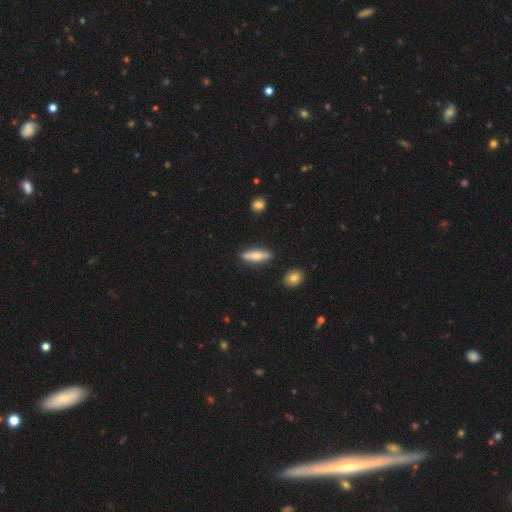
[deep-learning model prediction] Smooth or featured? smooth (66%)
How rounded? cigar-shaped (69%)
Merging? none (86%)